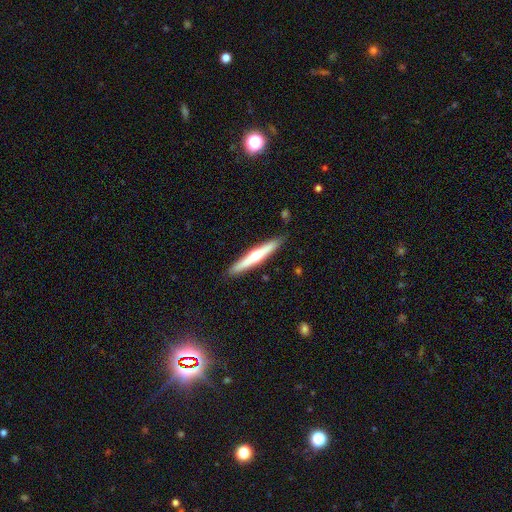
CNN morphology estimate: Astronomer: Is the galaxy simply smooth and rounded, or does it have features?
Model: featured or disk — 55% (runner-up: smooth, 39%).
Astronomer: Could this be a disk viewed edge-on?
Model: yes — 96%.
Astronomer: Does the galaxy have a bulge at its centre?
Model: rounded — 83%.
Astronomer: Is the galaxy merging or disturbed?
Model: none — 88%.